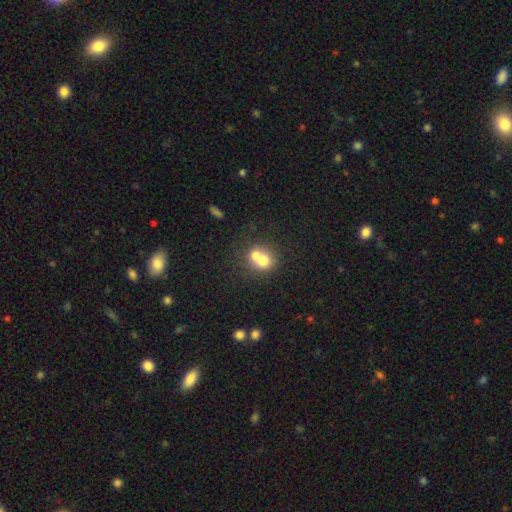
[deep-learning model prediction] Smooth or featured? smooth (67%)
How rounded? round (76%)
Merging? merger (61%)